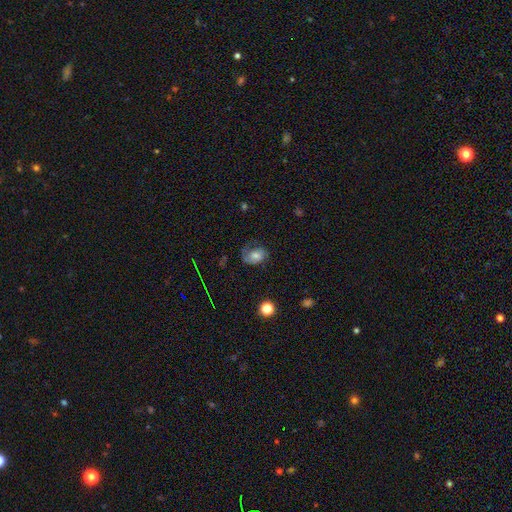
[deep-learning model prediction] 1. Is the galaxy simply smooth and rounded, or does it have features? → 48% featured or disk, 40% smooth, 11% star or artifact.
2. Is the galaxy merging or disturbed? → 50% none, 25% minor disturbance, 24% major disturbance, 2% merger.